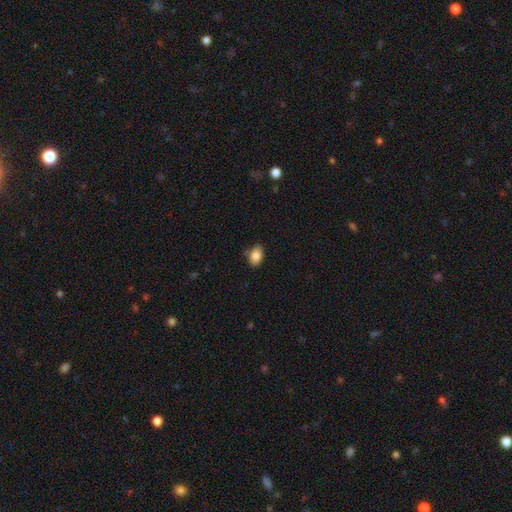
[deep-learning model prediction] Smooth or featured? Predicted: smooth (p=0.86). How rounded? Predicted: in between (p=0.85). Merging? Predicted: none (p=0.78).